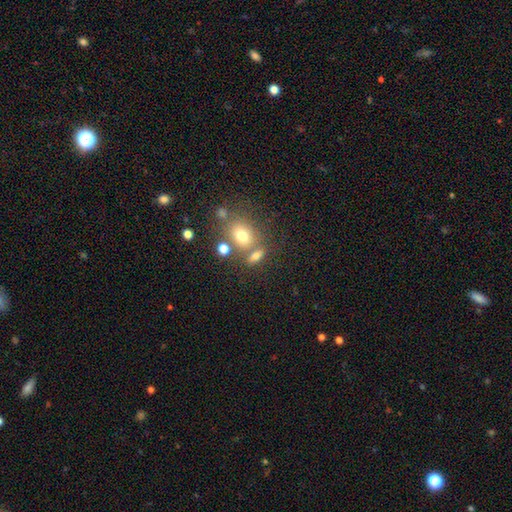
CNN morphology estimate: type=smooth (67%); roundness=in between (60%); merging=none (61%).